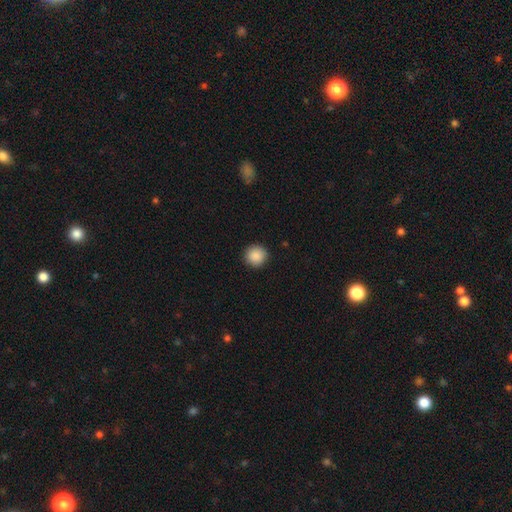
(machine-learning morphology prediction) Smooth or featured? smooth (89%)
How rounded? round (94%)
Merging? none (92%)